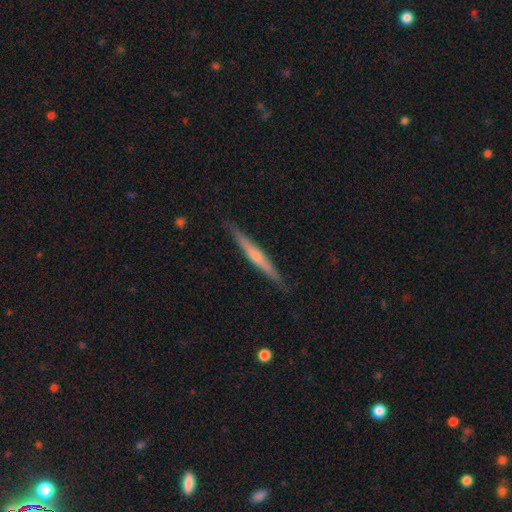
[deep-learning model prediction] Morphology: type=featured or disk (60%); edge-on=yes (97%); edge-on bulge=rounded (59%); merging=none (89%).